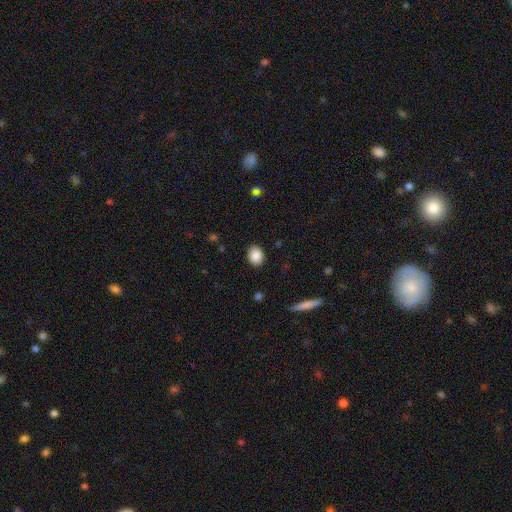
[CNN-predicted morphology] smooth_or_featured: smooth (p=0.88) [alt: star or artifact p=0.08]
how_rounded: in between (p=0.57) [alt: round p=0.41]
merging: none (p=0.88) [alt: minor disturbance p=0.09]